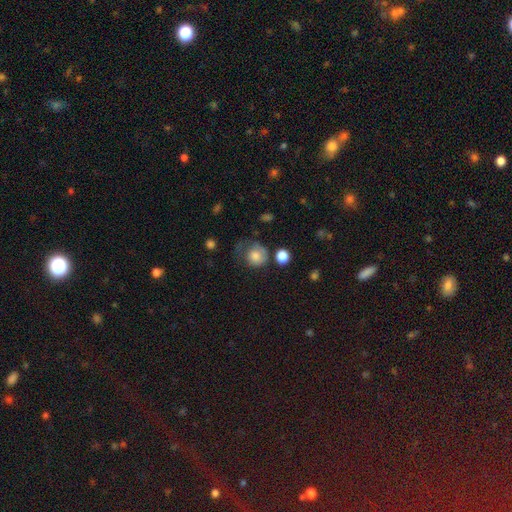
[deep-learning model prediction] Q: Smooth or featured?
A: smooth (77%); runner-up: featured or disk (14%)
Q: How rounded?
A: round (80%); runner-up: in between (20%)
Q: Merging?
A: none (39%); runner-up: minor disturbance (28%)